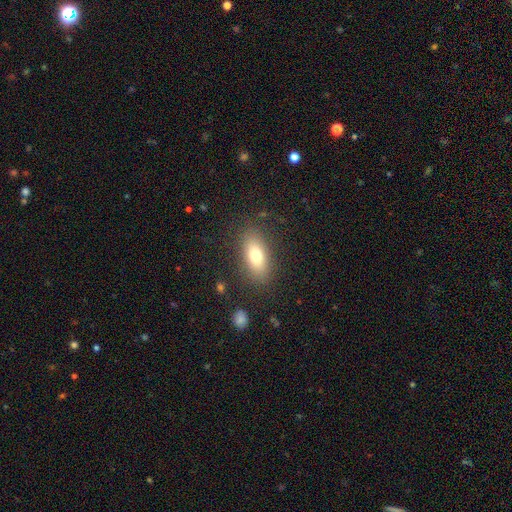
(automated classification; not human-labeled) smooth 76%, featured or disk 16%, star or artifact 8%. Down the decision tree: how rounded — in between (82%); merging — none (84%).